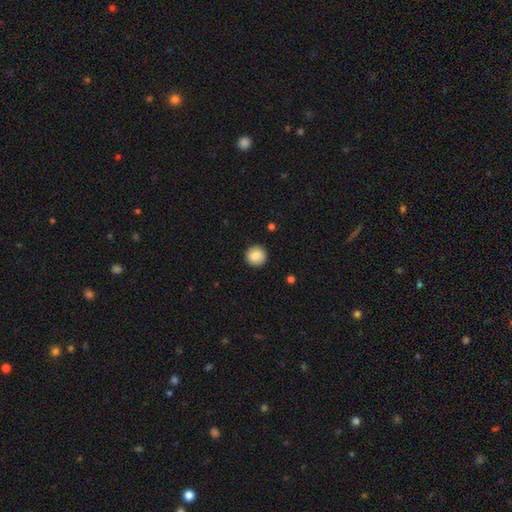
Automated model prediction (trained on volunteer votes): Smooth or featured?
  - smooth: 86% *
  - star or artifact: 8%
  - featured or disk: 7%
How rounded?
  - round: 94% *
  - in between: 5%
  - cigar-shaped: 1%
Merging?
  - none: 91% *
  - minor disturbance: 6%
  - major disturbance: 2%
  - merger: 1%